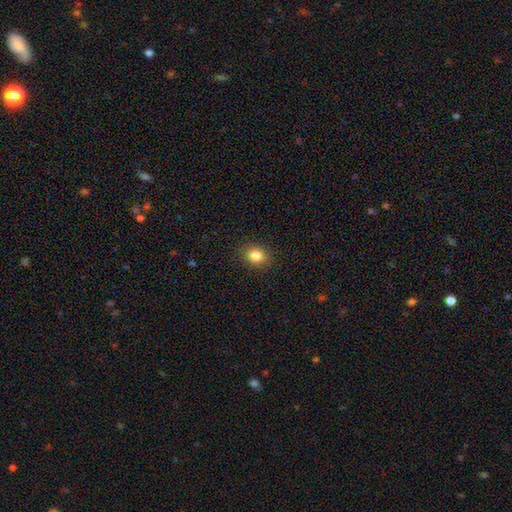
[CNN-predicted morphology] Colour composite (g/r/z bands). It shows a smooth galaxy with no disk features (83%) that is round (64%). Merging: none (90%).